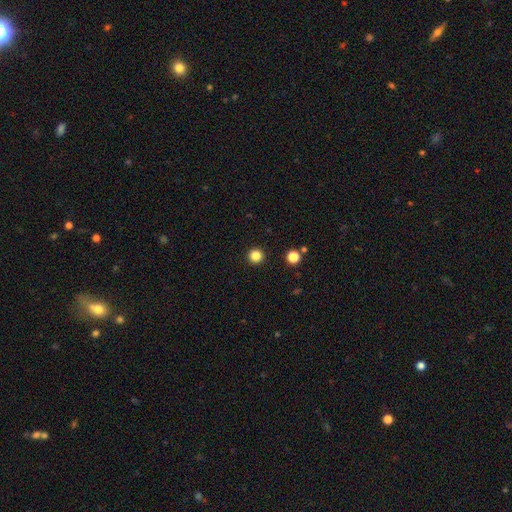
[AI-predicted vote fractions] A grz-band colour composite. It shows a smooth galaxy with no disk features (84%) that is round (96%). Merging: none (93%).